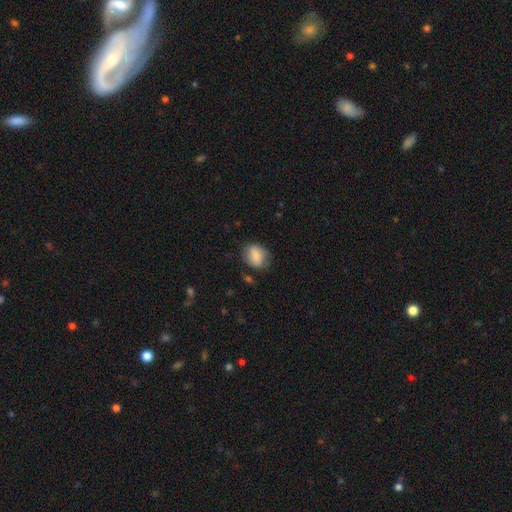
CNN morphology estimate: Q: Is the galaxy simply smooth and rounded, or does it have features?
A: smooth — 79%.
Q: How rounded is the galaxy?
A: in between — 62%.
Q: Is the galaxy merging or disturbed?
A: none — 70%.